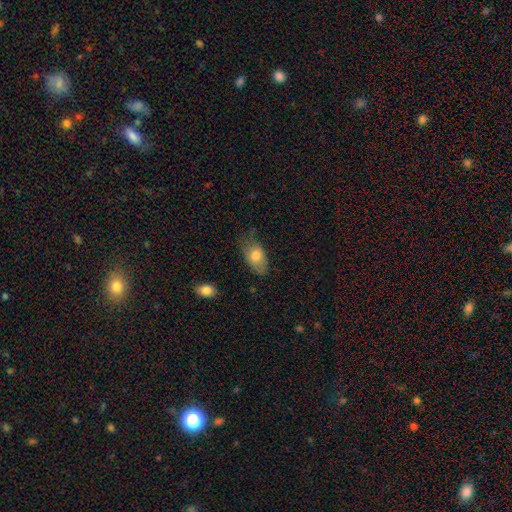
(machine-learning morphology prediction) Smooth or featured: smooth — 76% (featured or disk — 16%)
How rounded: in between — 90% (round — 8%)
Merging: none — 54% (minor disturbance — 32%)